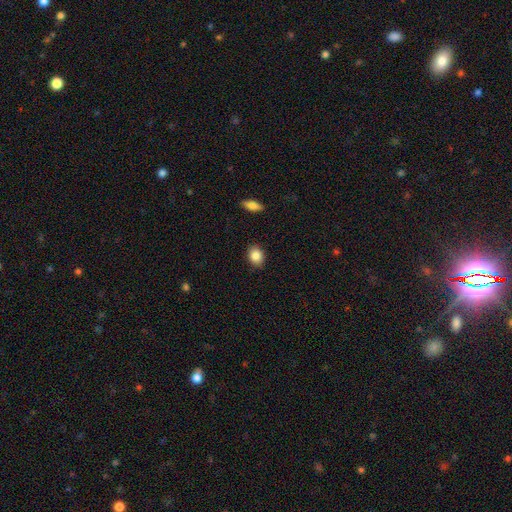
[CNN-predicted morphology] A smooth galaxy with no disk features (86%) that is in between round and cigar-shaped (55%).

Vote fractions:
- Smooth or featured? smooth: 86% / star or artifact: 8% / featured or disk: 6%
- How rounded? in between: 55% / round: 44% / cigar-shaped: 1%
- Merging? none: 88% / minor disturbance: 9% / major disturbance: 2% / merger: 1%